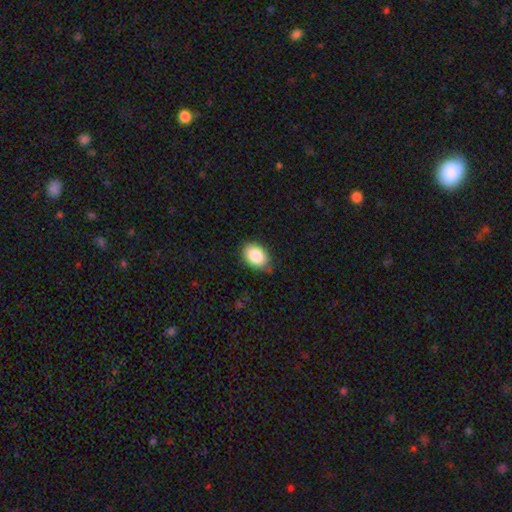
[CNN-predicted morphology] smooth 87%, star or artifact 7%, featured or disk 6%. Down the decision tree: how rounded — in between (80%); merging — none (82%).